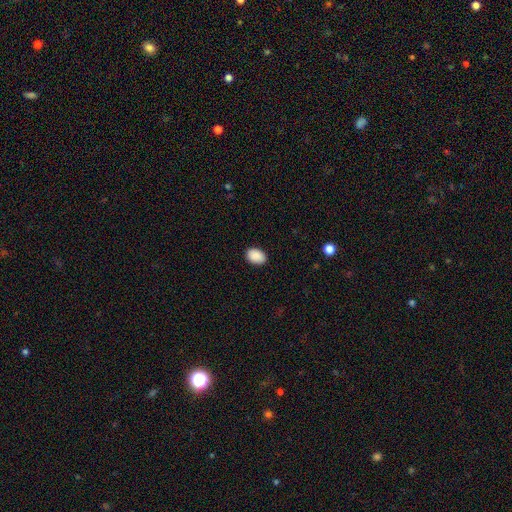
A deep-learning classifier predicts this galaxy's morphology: This appears to be a smooth galaxy with no disk features (91%) that is in between round and cigar-shaped (84%). Merging: none (89%).